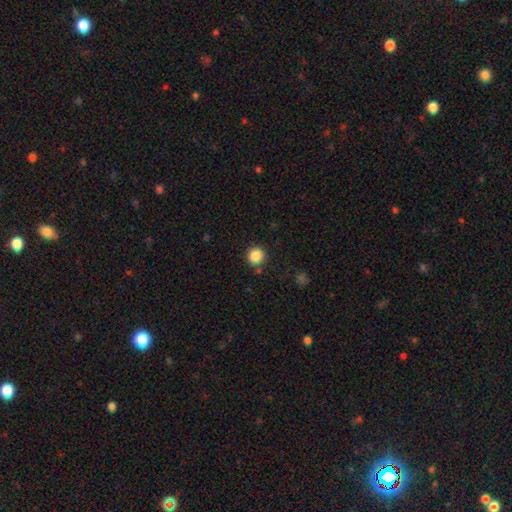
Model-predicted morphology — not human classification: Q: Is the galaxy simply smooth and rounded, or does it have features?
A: smooth — 87%.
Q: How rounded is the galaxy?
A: round — 92%.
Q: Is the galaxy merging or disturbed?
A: none — 85%.